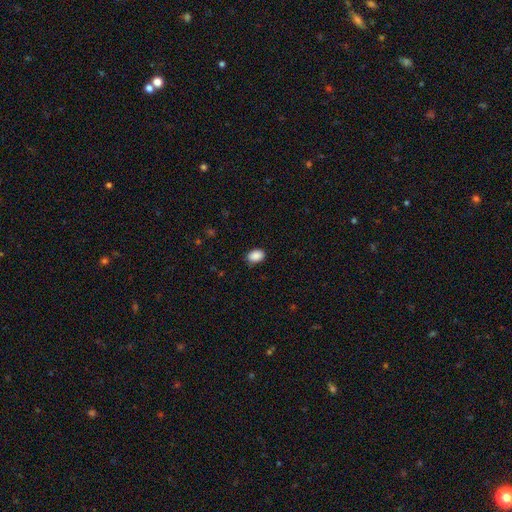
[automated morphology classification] smooth-or-featured: smooth: 90% | star or artifact: 8% | featured or disk: 3%
  how-rounded: in between: 81% | round: 17% | cigar-shaped: 1%
  merging: none: 84% | minor disturbance: 12% | major disturbance: 2% | merger: 1%